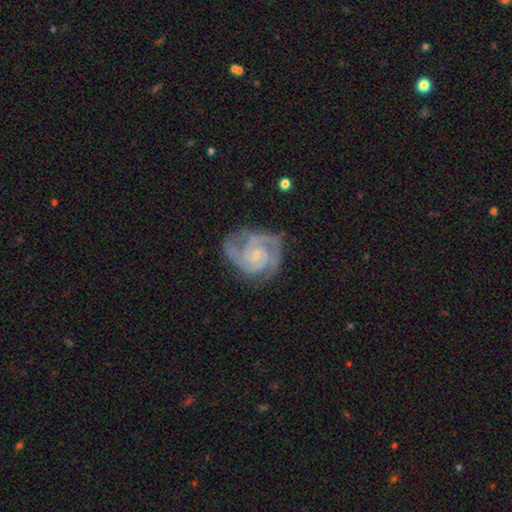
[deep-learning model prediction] Smooth or featured? Predicted: featured or disk (p=0.91). Edge-on disk? Predicted: no (p=0.98). Bar? Predicted: no (p=0.67). Spiral arms? Predicted: yes (p=0.98). Spiral winding? Predicted: tight (p=0.62). Spiral arm count? Predicted: 3 (p=0.45). Bulge size? Predicted: small (p=0.79). Merging? Predicted: none (p=0.72).